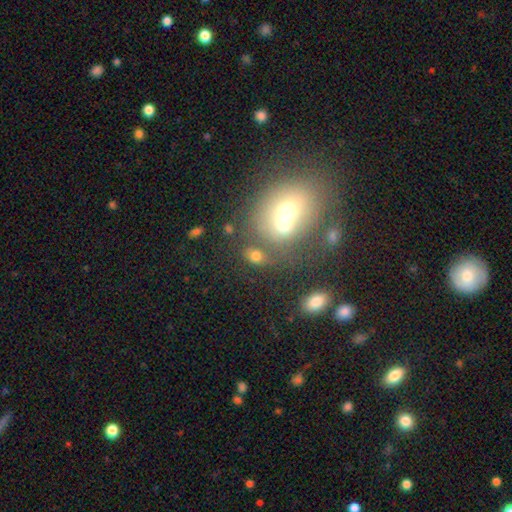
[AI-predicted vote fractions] Smooth or featured? smooth (70%)
How rounded? in between (60%)
Merging? none (53%)